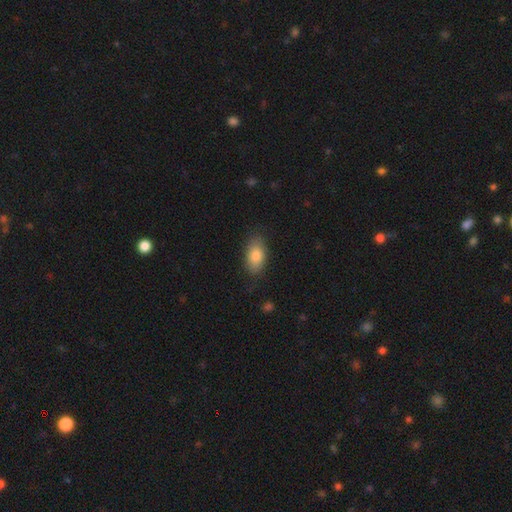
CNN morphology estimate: smooth_or_featured: smooth (p=0.83) [alt: featured or disk p=0.10]
how_rounded: in between (p=0.92) [alt: round p=0.06]
merging: none (p=0.80) [alt: minor disturbance p=0.15]